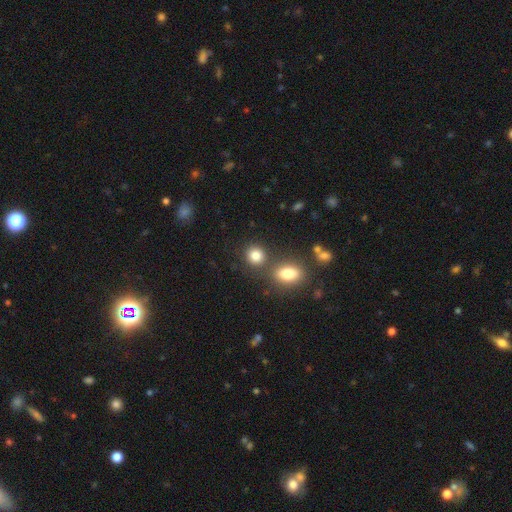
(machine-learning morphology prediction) Smooth or featured?
  - smooth: 83% *
  - star or artifact: 11%
  - featured or disk: 6%
How rounded?
  - round: 78% *
  - in between: 21%
  - cigar-shaped: 1%
Merging?
  - none: 69% *
  - merger: 18%
  - minor disturbance: 9%
  - major disturbance: 4%